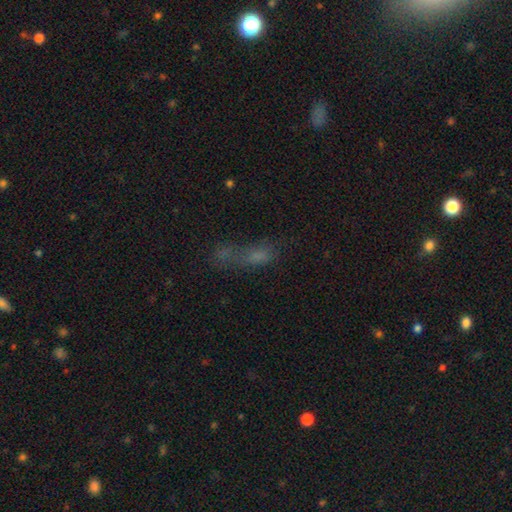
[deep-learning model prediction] The model was most divided on "how rounded": in between: 48%, cigar-shaped: 43%, round: 9%. Remaining: smooth or featured — smooth (52%); merging — none (35%).